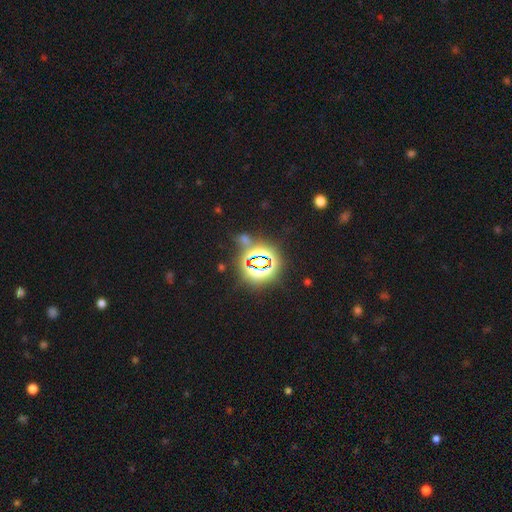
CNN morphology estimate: The model was most divided on "smooth or featured": star or artifact: 80%, smooth: 12%, featured or disk: 7%.